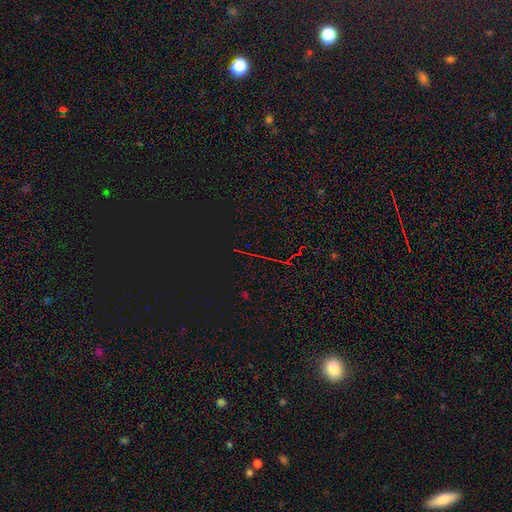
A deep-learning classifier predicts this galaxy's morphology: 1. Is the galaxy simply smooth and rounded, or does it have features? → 83% star or artifact, 9% featured or disk, 8% smooth.